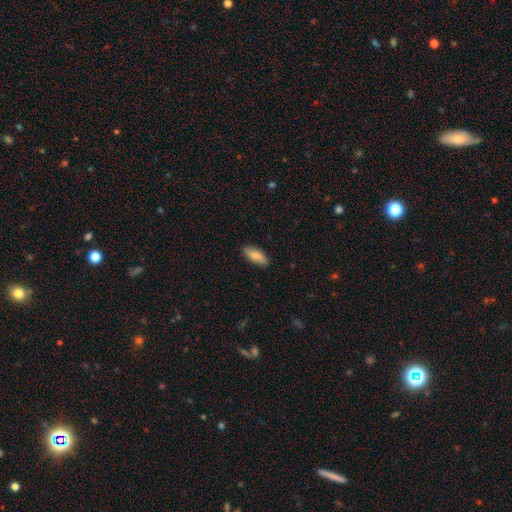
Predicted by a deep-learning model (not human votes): A smooth galaxy with no disk features (85%) that is in between round and cigar-shaped (75%).

Vote fractions:
- Smooth or featured? smooth: 85% / featured or disk: 9% / star or artifact: 6%
- How rounded? in between: 75% / cigar-shaped: 23% / round: 2%
- Merging? none: 86% / minor disturbance: 11% / major disturbance: 2% / merger: 1%